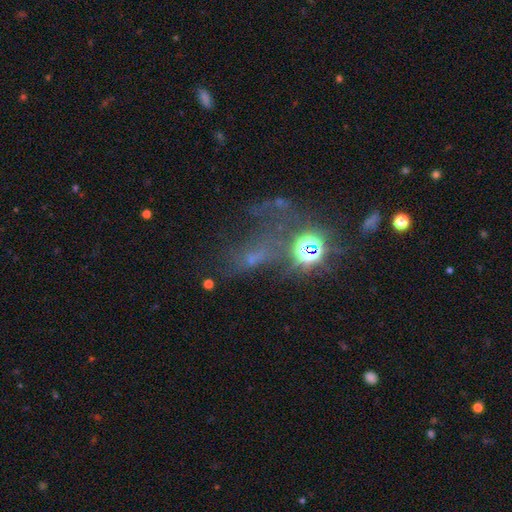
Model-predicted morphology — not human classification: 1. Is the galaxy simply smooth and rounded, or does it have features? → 46% star or artifact, 28% featured or disk, 25% smooth.